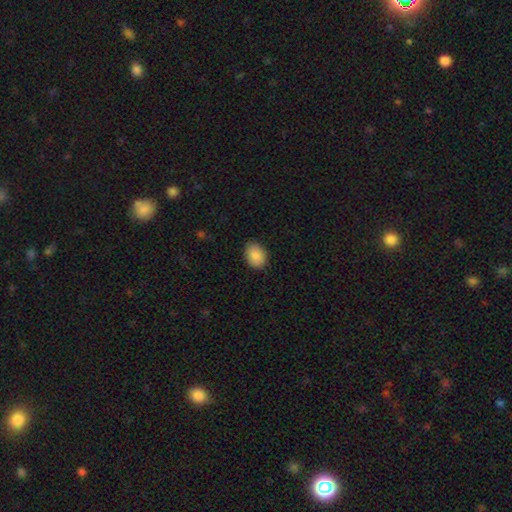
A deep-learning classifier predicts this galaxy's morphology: A smooth galaxy with no disk features (89%) that is in between round and cigar-shaped (68%). Merging: none (87%).